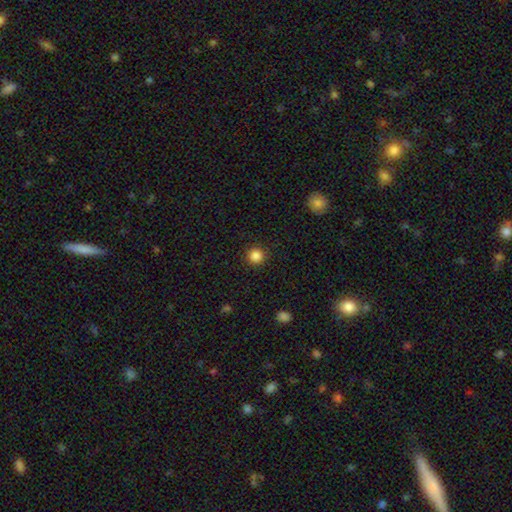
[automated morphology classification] The model was most divided on "smooth or featured": smooth: 85%, star or artifact: 11%, featured or disk: 3%. More confident: how rounded — round (95%); merging — none (92%).